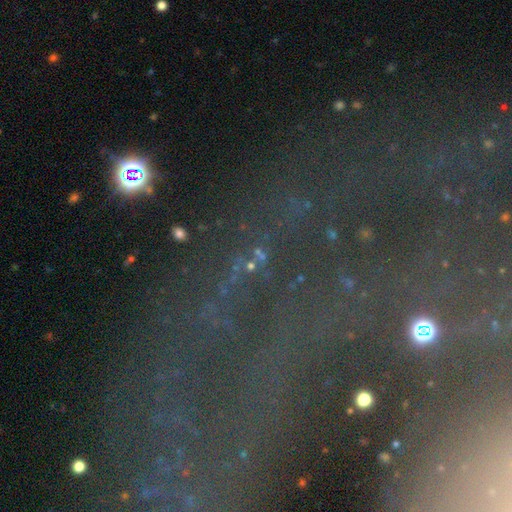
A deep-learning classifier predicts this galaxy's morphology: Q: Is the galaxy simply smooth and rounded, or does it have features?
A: star or artifact — 62%.